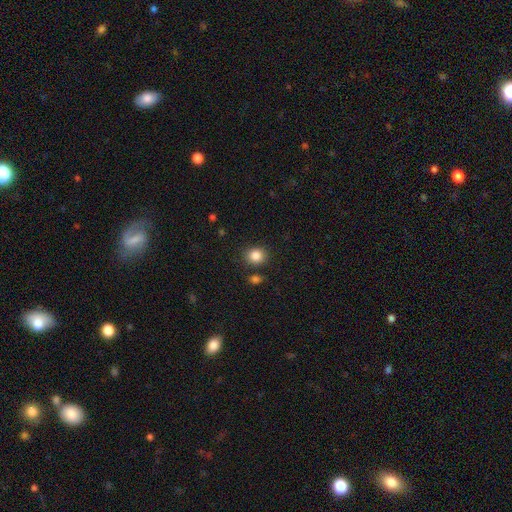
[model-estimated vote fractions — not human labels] smooth-or-featured: smooth: 86% | star or artifact: 10% | featured or disk: 4%
  how-rounded: round: 76% | in between: 23% | cigar-shaped: 1%
  merging: none: 83% | minor disturbance: 9% | merger: 5% | major disturbance: 3%